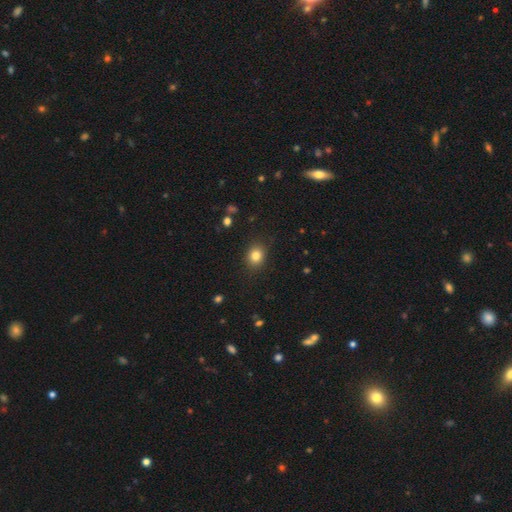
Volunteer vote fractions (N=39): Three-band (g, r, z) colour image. It shows a smooth galaxy with no disk features (69%) that is round (48%, tied with in between). Merging: none (77%).